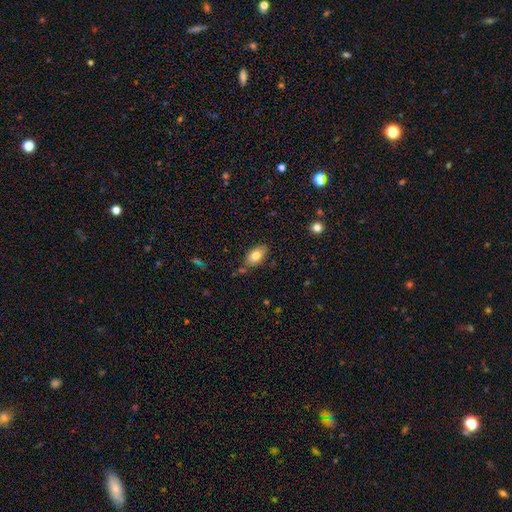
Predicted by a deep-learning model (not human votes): Overall: smooth (78%). How rounded: in between (90%). Merging: none (75%).